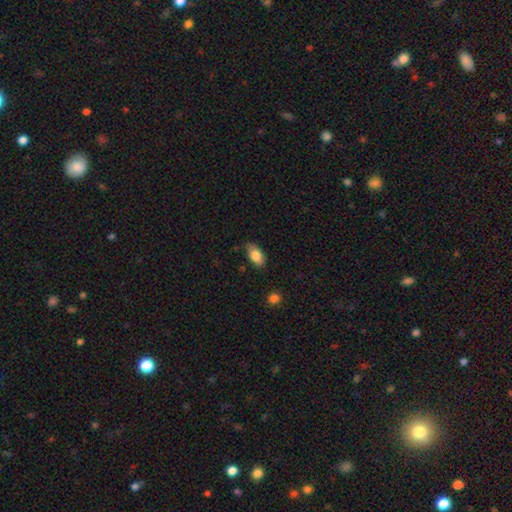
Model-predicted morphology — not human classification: Smooth or featured?
  - smooth: 81% *
  - featured or disk: 12%
  - star or artifact: 7%
How rounded?
  - in between: 92% *
  - round: 5%
  - cigar-shaped: 4%
Merging?
  - none: 74% *
  - minor disturbance: 20%
  - major disturbance: 3%
  - merger: 2%